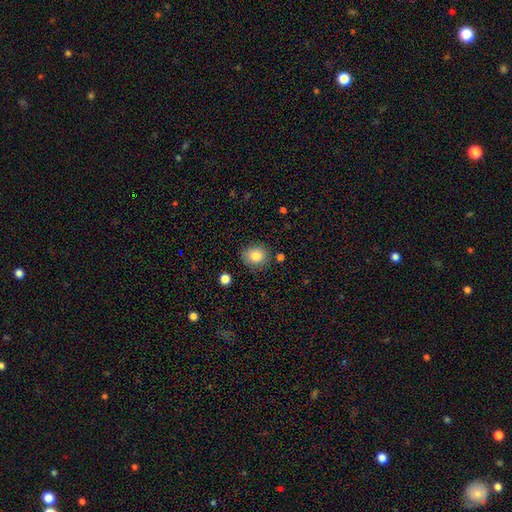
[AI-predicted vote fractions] smooth-or-featured: smooth: 84% | star or artifact: 9% | featured or disk: 7%
  how-rounded: round: 75% | in between: 24% | cigar-shaped: 1%
  merging: none: 82% | minor disturbance: 12% | merger: 3% | major disturbance: 3%